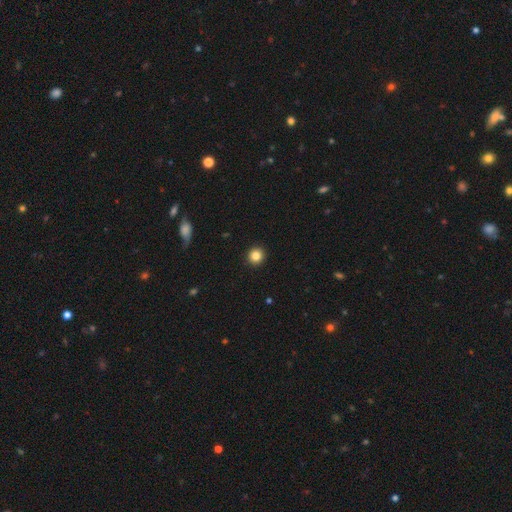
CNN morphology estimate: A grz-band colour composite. It shows a smooth galaxy with no disk features (85%) that is round (93%). Merging: none (93%).